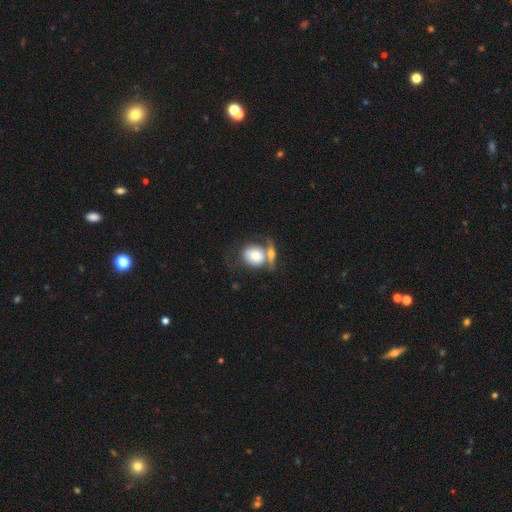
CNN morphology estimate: This appears to be a smooth galaxy with no disk features (70%) that is round (50%). Merging: merger (48%).